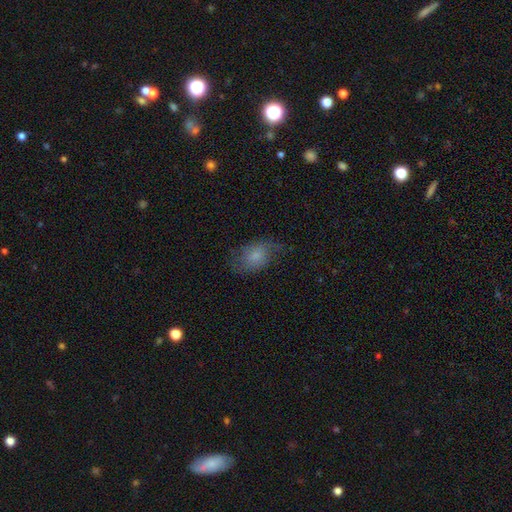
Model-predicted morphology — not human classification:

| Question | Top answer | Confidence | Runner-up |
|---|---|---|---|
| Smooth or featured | smooth | 59% | featured or disk (31%) |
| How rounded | in between | 81% | round (17%) |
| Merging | none | 57% | minor disturbance (26%) |